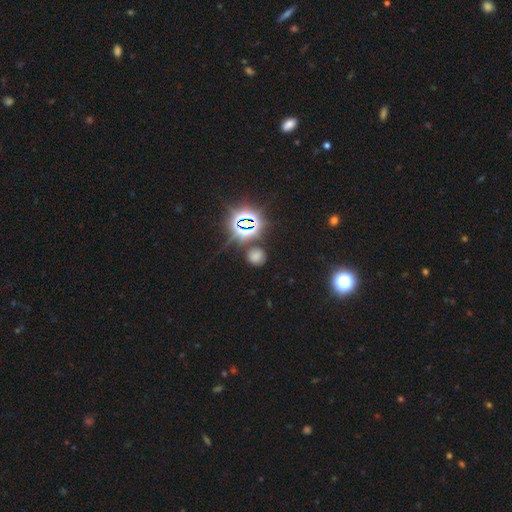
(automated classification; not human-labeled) Q: Smooth or featured?
A: smooth (54%); runner-up: star or artifact (39%)
Q: How rounded?
A: round (83%); runner-up: in between (15%)
Q: Merging?
A: none (80%); runner-up: minor disturbance (11%)